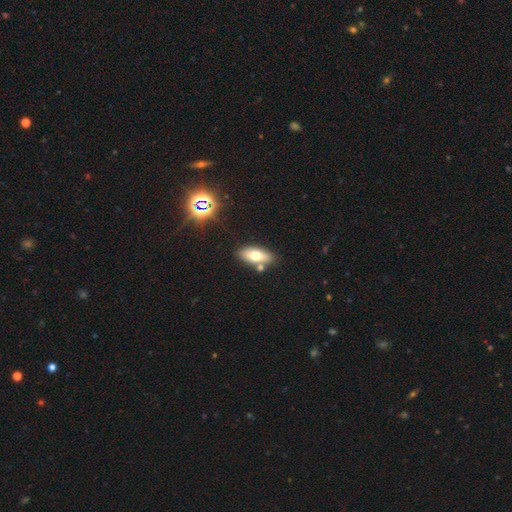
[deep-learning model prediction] Smooth or featured?
  - smooth: 67% *
  - featured or disk: 23%
  - star or artifact: 10%
How rounded?
  - in between: 83% *
  - cigar-shaped: 13%
  - round: 4%
Merging?
  - none: 74% *
  - merger: 12%
  - minor disturbance: 11%
  - major disturbance: 3%